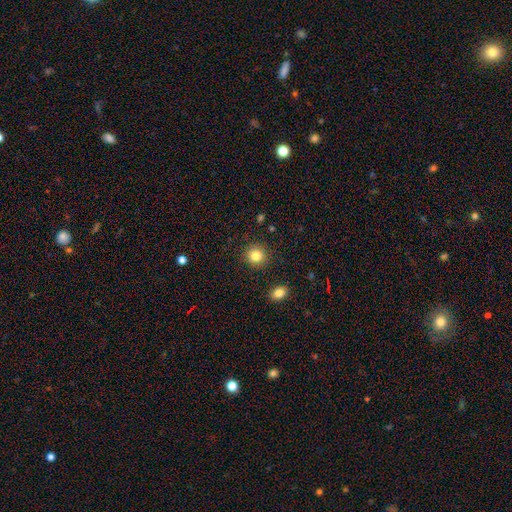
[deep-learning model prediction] This appears to be a smooth galaxy with no disk features (83%) that is round (89%). Merging: none (90%).